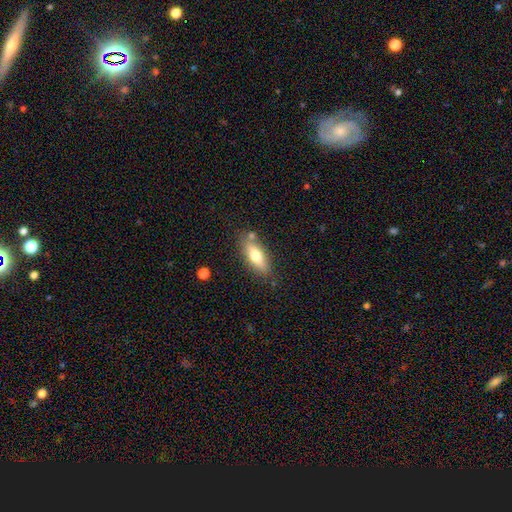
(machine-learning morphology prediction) A smooth galaxy with no disk features (67%) that is in between round and cigar-shaped (66%). Merging: none (75%).